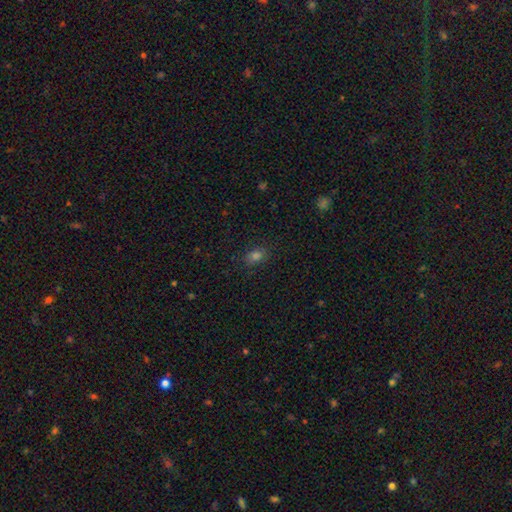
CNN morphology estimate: Q: Smooth or featured?
A: smooth (77%); runner-up: star or artifact (17%)
Q: How rounded?
A: in between (67%); runner-up: round (31%)
Q: Merging?
A: none (86%); runner-up: minor disturbance (10%)